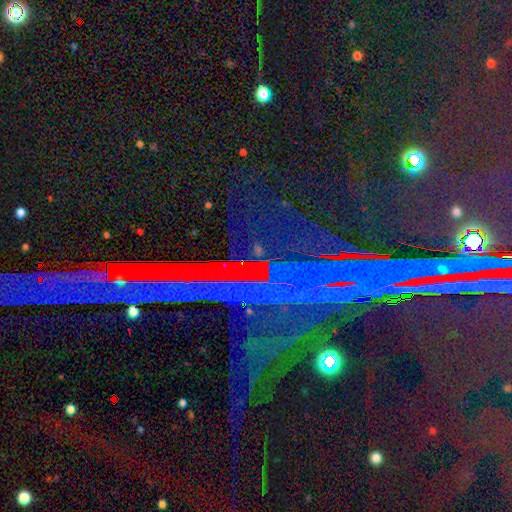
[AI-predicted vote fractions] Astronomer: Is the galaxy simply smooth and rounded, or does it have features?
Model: star or artifact — 82%.